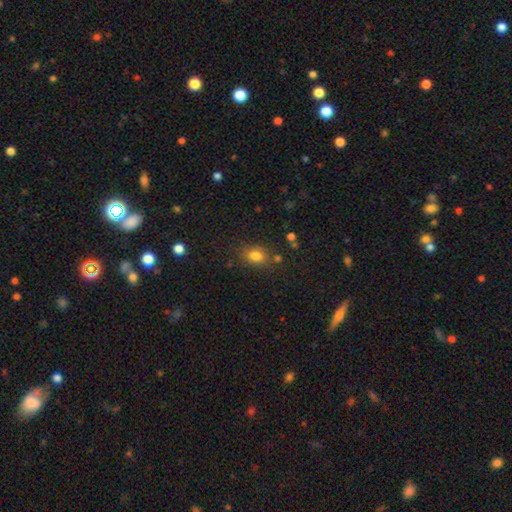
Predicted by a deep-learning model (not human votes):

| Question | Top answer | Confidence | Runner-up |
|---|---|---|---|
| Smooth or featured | smooth | 80% | star or artifact (13%) |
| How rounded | in between | 54% | round (45%) |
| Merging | none | 75% | minor disturbance (14%) |